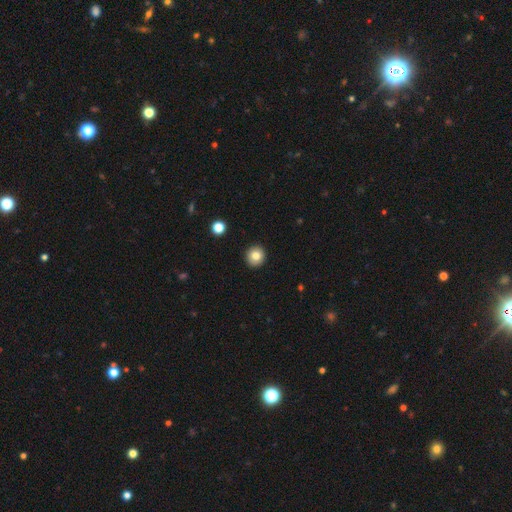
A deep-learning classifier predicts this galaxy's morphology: Smooth or featured? Predicted: smooth (p=0.82). How rounded? Predicted: round (p=0.91). Merging? Predicted: none (p=0.93).